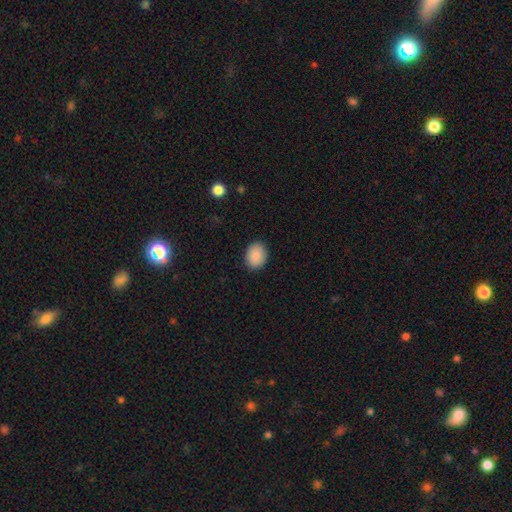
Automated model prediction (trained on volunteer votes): Smooth or featured? Predicted: smooth (p=0.89). How rounded? Predicted: in between (p=0.58). Merging? Predicted: none (p=0.89).